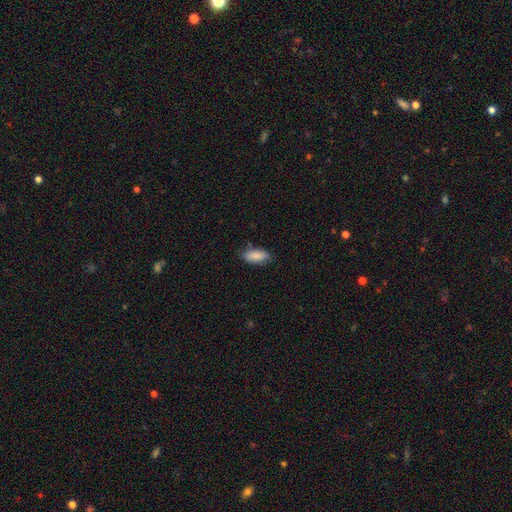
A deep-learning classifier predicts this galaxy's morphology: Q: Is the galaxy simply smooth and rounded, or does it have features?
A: smooth — 88%.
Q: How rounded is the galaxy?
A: in between — 89%.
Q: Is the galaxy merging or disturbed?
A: none — 80%.